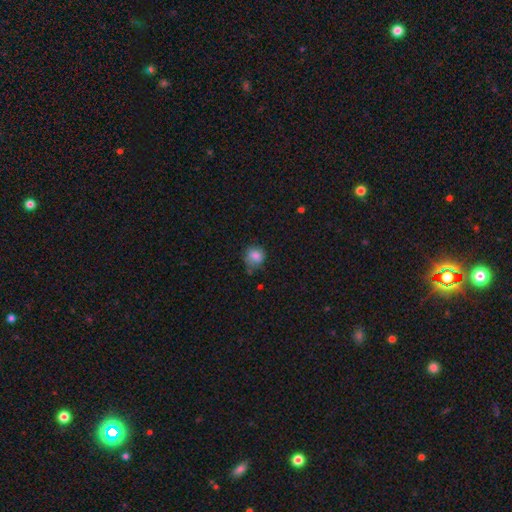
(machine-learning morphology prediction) type=smooth (82%); roundness=round (79%); merging=none (59%).